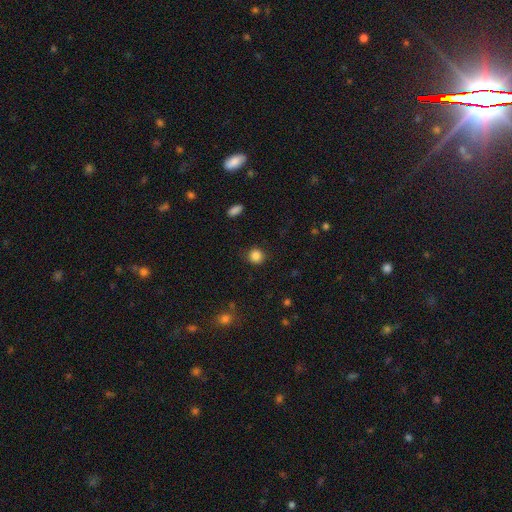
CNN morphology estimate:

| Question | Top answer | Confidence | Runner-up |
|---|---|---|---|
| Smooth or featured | smooth | 86% | star or artifact (10%) |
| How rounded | round | 90% | in between (9%) |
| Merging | none | 88% | minor disturbance (8%) |